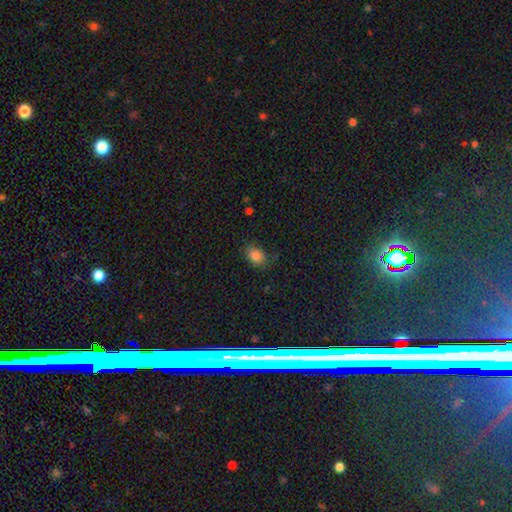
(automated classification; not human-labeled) A smooth galaxy with no disk features (85%) that is in between round and cigar-shaped (72%).

Vote fractions:
- Smooth or featured? smooth: 85% / star or artifact: 10% / featured or disk: 5%
- How rounded? in between: 72% / round: 27% / cigar-shaped: 1%
- Merging? none: 77% / minor disturbance: 17% / major disturbance: 4% / merger: 2%